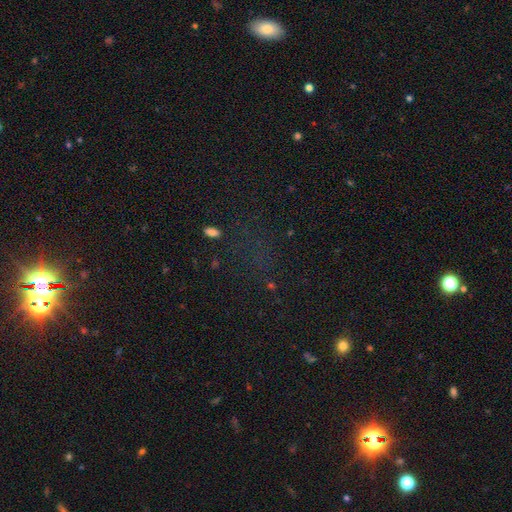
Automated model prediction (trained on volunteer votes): Q: Smooth or featured?
A: star or artifact (65%); runner-up: smooth (24%)